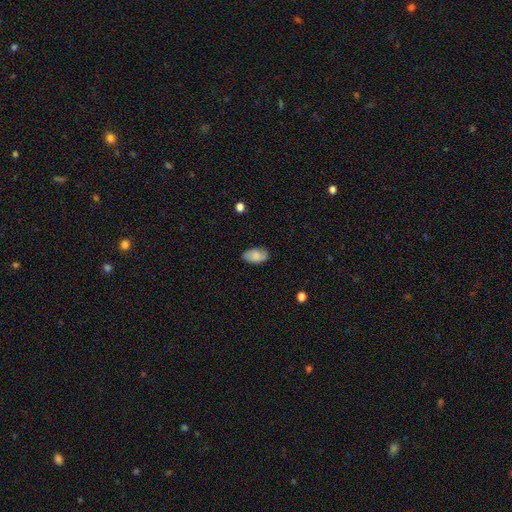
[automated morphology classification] type=smooth (82%); roundness=in between (93%); merging=none (82%).